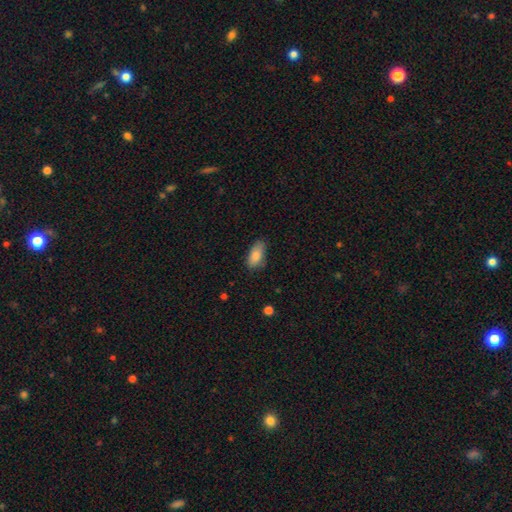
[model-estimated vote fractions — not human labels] smooth 85%, featured or disk 8%, star or artifact 7%. Down the decision tree: how rounded — in between (90%); merging — none (73%).